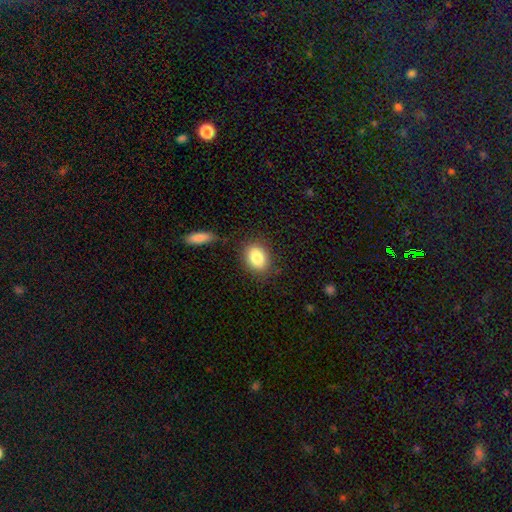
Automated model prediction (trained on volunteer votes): The model was most divided on "how rounded": in between: 67%, round: 32%, cigar-shaped: 1%. More confident: smooth or featured — smooth (85%); merging — none (81%).